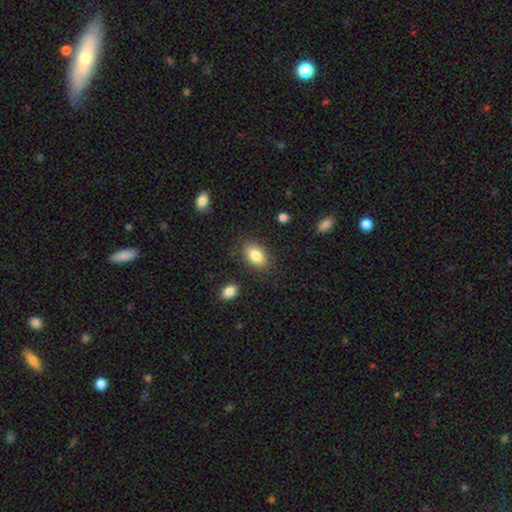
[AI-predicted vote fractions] smooth-or-featured: smooth: 83% | featured or disk: 9% | star or artifact: 8%
  how-rounded: in between: 89% | round: 9% | cigar-shaped: 2%
  merging: none: 83% | minor disturbance: 11% | major disturbance: 3% | merger: 2%